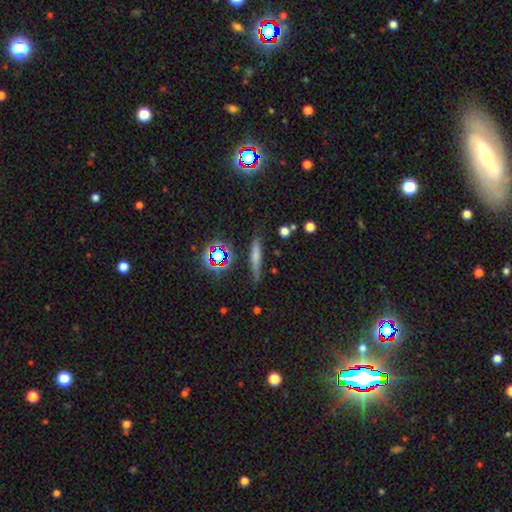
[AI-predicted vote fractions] smooth_or_featured: smooth (p=0.62) [alt: featured or disk p=0.22]
how_rounded: cigar-shaped (p=0.81) [alt: in between p=0.14]
merging: none (p=0.77) [alt: minor disturbance p=0.16]